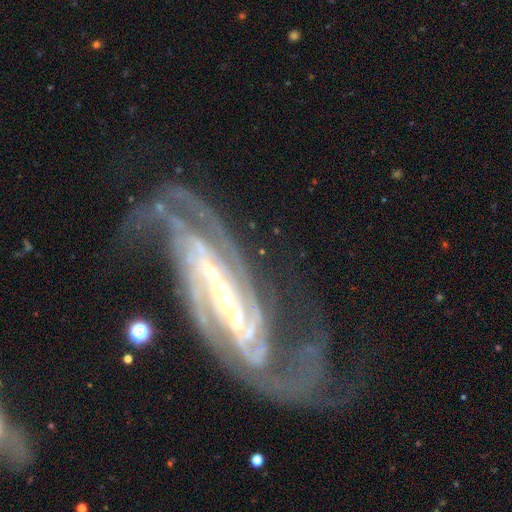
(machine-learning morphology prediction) type=featured or disk (92%); edge-on=no (92%); bar=strong (71%); spiral arms=yes (98%); winding=medium (44%); arm count=2 (54%); bulge=small (66%); merging=none (59%).